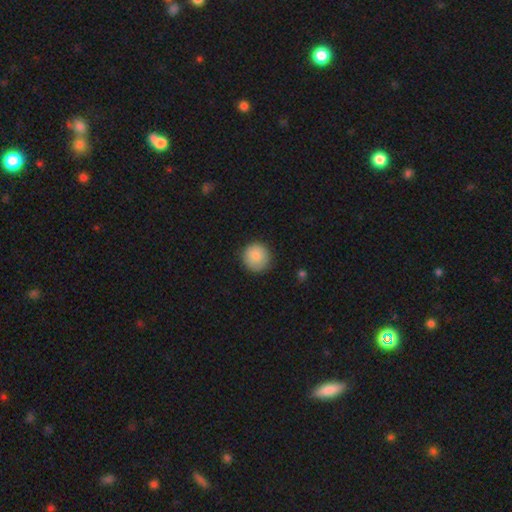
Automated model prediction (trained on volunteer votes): This appears to be a smooth galaxy with no disk features (85%) that is round (94%). Merging: none (88%).